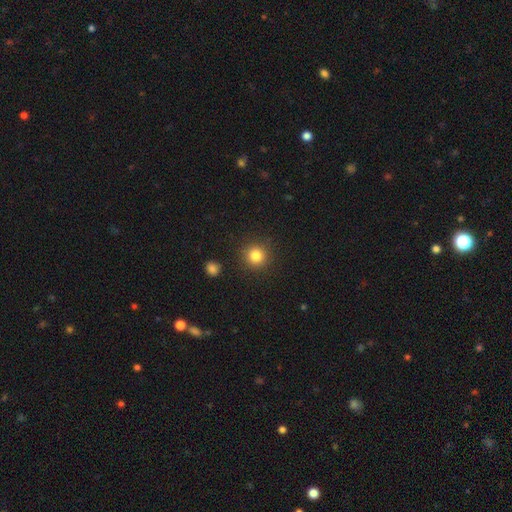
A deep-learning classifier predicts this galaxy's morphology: smooth_or_featured: smooth (p=0.83) [alt: star or artifact p=0.12]
how_rounded: round (p=0.94) [alt: in between p=0.05]
merging: none (p=0.90) [alt: minor disturbance p=0.06]